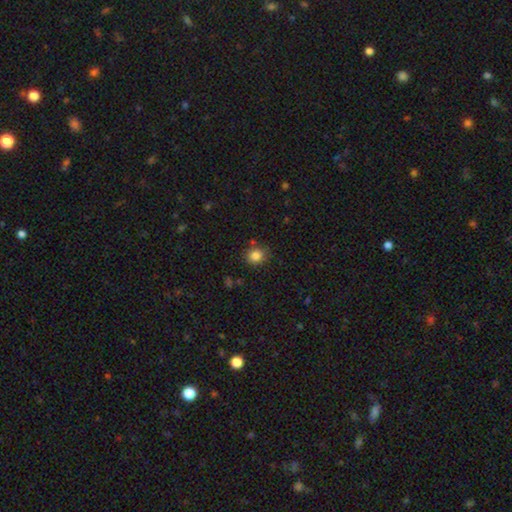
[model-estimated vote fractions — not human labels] smooth_or_featured: smooth (p=0.84) [alt: star or artifact p=0.11]
how_rounded: round (p=0.77) [alt: in between p=0.22]
merging: none (p=0.80) [alt: minor disturbance p=0.12]